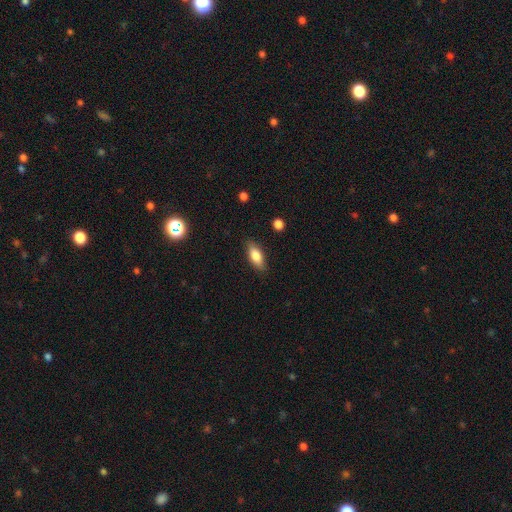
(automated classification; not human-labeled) Smooth or featured? Predicted: smooth (p=0.79). How rounded? Predicted: in between (p=0.77). Merging? Predicted: none (p=0.86).